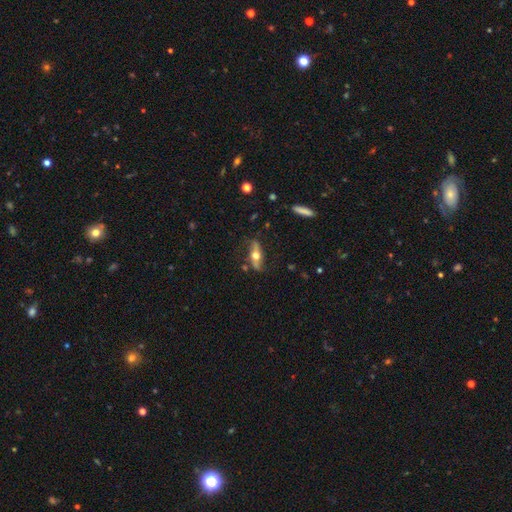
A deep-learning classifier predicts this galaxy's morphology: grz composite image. It shows a featured or disk galaxy (68%) viewed edge-on (53%). Merging: none (73%).